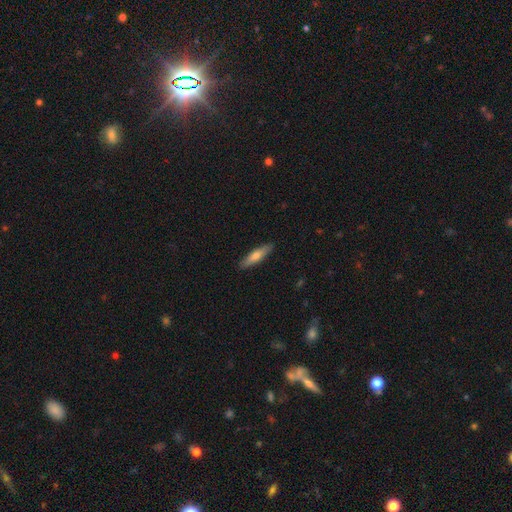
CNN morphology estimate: Overall: smooth (65%; featured or disk 29%). How rounded: cigar-shaped (77%). Merging: none (89%).